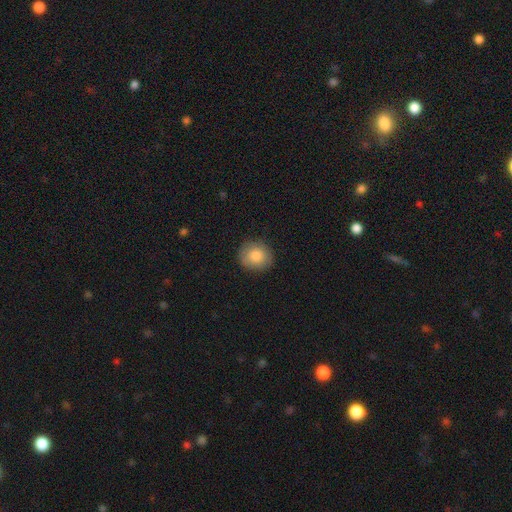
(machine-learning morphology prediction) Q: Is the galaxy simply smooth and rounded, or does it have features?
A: smooth — 84%.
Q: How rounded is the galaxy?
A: round — 83%.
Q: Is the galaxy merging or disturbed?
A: none — 87%.